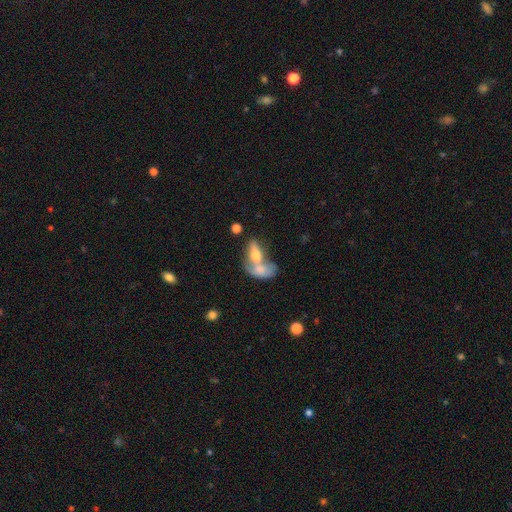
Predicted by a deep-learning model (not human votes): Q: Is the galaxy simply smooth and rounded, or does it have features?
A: smooth — 62%.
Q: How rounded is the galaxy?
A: in between — 79%.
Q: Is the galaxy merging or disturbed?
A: merger — 67%.